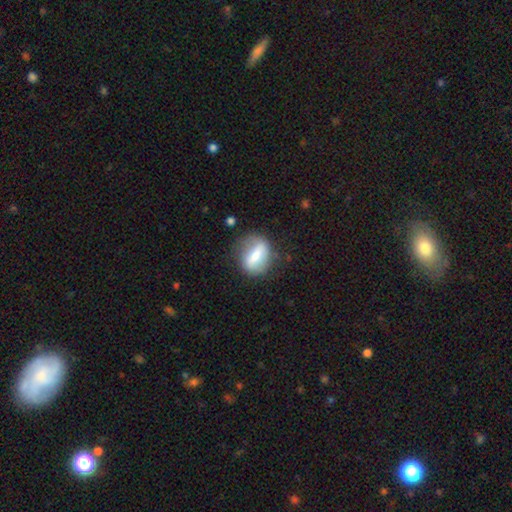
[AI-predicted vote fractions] A smooth galaxy with no disk features (56%) that is in between round and cigar-shaped (57%).

Vote fractions:
- Smooth or featured? smooth: 56% / featured or disk: 37% / star or artifact: 7%
- How rounded? in between: 57% / round: 33% / cigar-shaped: 10%
- Merging? none: 70% / minor disturbance: 18% / major disturbance: 9% / merger: 2%